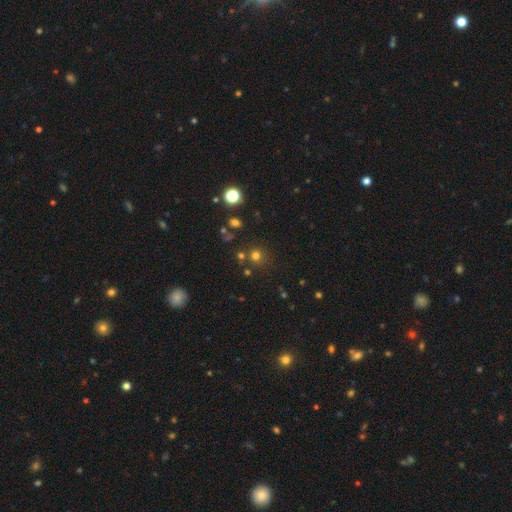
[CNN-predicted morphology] smooth_or_featured: smooth (p=0.69) [alt: star or artifact p=0.24]
how_rounded: round (p=0.91) [alt: in between p=0.08]
merging: none (p=0.78) [alt: merger p=0.10]